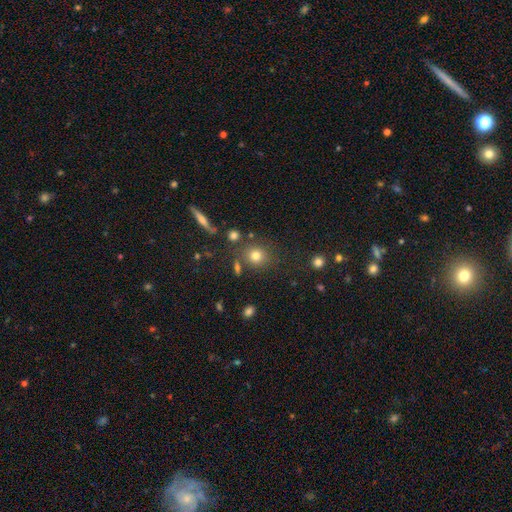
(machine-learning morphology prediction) Smooth or featured: smooth — 76% (star or artifact — 14%)
How rounded: round — 82% (in between — 17%)
Merging: none — 76% (minor disturbance — 11%)